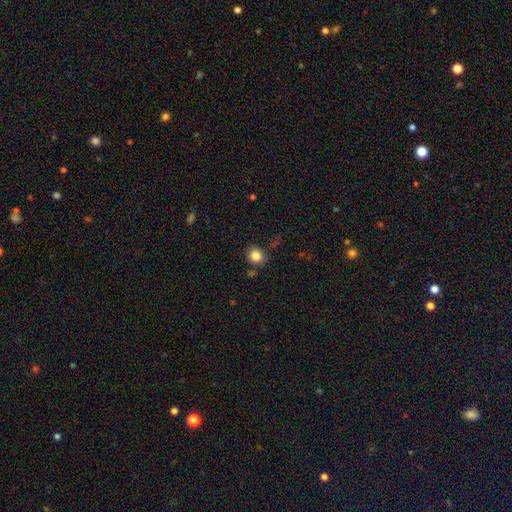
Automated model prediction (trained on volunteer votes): smooth-or-featured: smooth: 84% | star or artifact: 10% | featured or disk: 5%
  how-rounded: round: 78% | in between: 21% | cigar-shaped: 1%
  merging: none: 78% | minor disturbance: 13% | merger: 5% | major disturbance: 4%